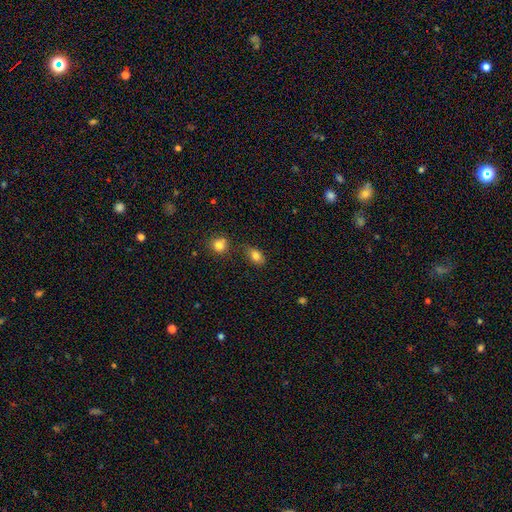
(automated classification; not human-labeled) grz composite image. It shows a smooth galaxy with no disk features (82%) that is in between round and cigar-shaped (83%). Merging: none (74%).